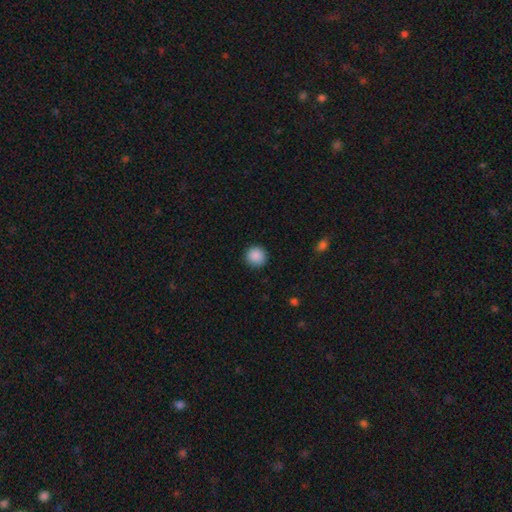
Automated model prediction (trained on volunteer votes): Smooth or featured?
  - smooth: 89% *
  - star or artifact: 8%
  - featured or disk: 3%
How rounded?
  - round: 94% *
  - in between: 5%
  - cigar-shaped: 1%
Merging?
  - none: 92% *
  - minor disturbance: 6%
  - major disturbance: 2%
  - merger: 1%